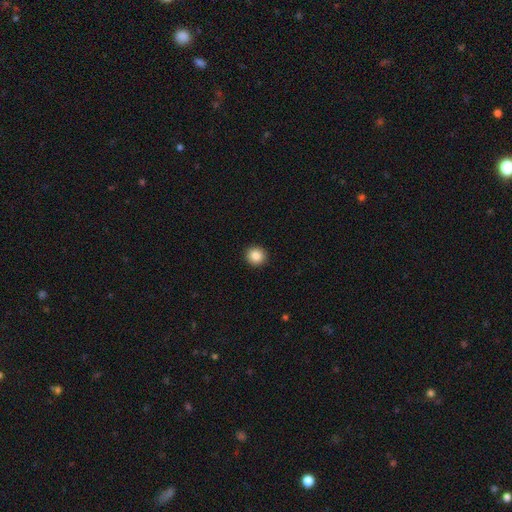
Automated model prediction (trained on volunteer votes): smooth_or_featured: smooth (p=0.86) [alt: star or artifact p=0.09]
how_rounded: round (p=0.94) [alt: in between p=0.05]
merging: none (p=0.93) [alt: minor disturbance p=0.04]